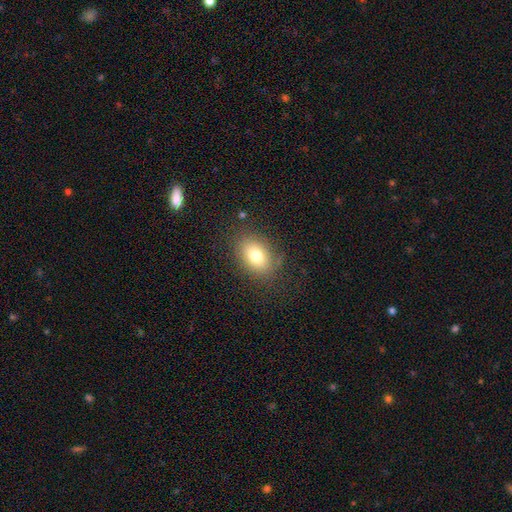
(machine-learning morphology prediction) Overall: smooth (77%). How rounded: in between (76%). Merging: none (82%).